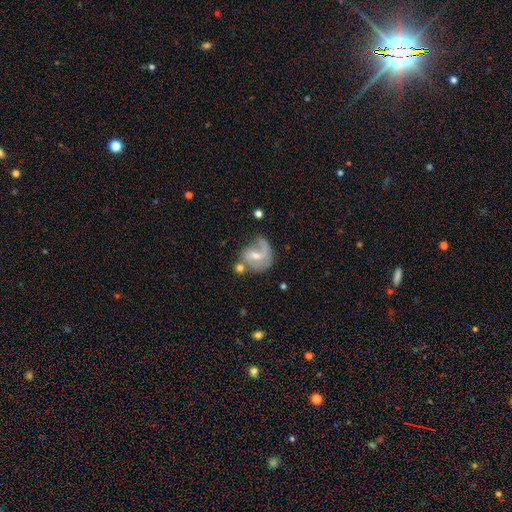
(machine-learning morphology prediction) smooth-or-featured: featured or disk: 71% | smooth: 21% | star or artifact: 8%
  disk-edge-on: no: 97% | yes: 3%
    bar: weak: 48% | no: 36% | strong: 16%
    has-spiral-arms: yes: 85% | no: 15%
      spiral-winding: medium: 39% | loose: 38% | tight: 23%
      spiral-arm-count: 1: 50% | 2: 35% | can't tell: 10% | 3: 2% | 4: 1% | more than 4: 1%
    bulge-size: small: 47% | moderate: 46% | none: 4% | large: 2% | dominant: 1%
  merging: none: 41% | major disturbance: 23% | minor disturbance: 22% | merger: 14%